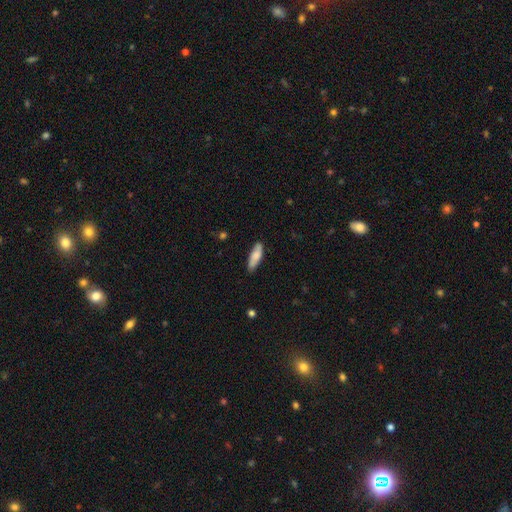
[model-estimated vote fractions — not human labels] Smooth or featured: smooth — 75% (featured or disk — 19%)
How rounded: in between — 51% (cigar-shaped — 47%)
Merging: none — 78% (minor disturbance — 18%)